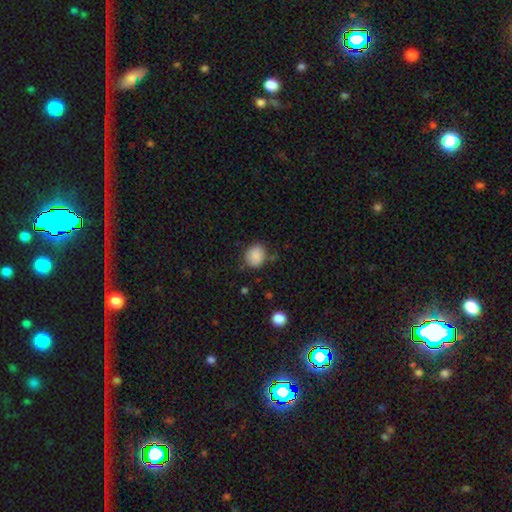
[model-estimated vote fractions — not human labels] This appears to be a smooth galaxy with no disk features (86%) that is round (70%). Merging: none (76%).